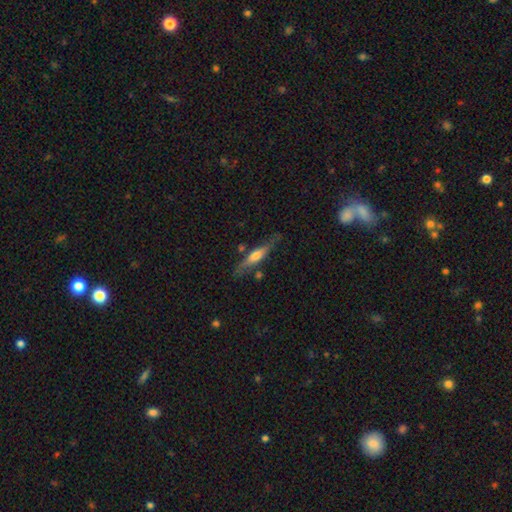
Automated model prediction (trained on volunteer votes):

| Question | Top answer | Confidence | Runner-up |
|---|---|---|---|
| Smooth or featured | featured or disk | 51% | smooth (43%) |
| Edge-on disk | yes | 88% | no (12%) |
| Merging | none | 73% | minor disturbance (17%) |